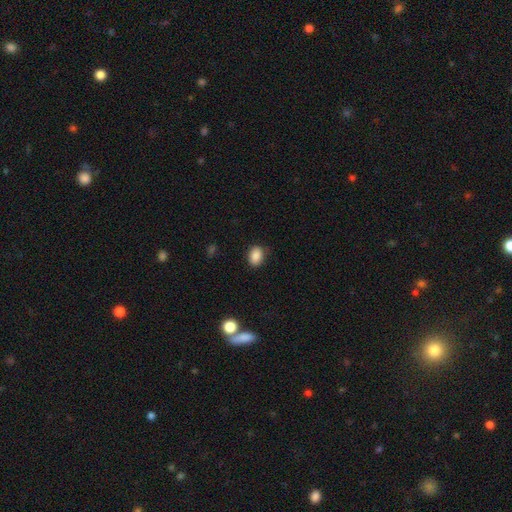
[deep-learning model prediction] A smooth galaxy with no disk features (87%) that is in between round and cigar-shaped (74%).

Vote fractions:
- Smooth or featured? smooth: 87% / star or artifact: 9% / featured or disk: 4%
- How rounded? in between: 74% / round: 25% / cigar-shaped: 1%
- Merging? none: 82% / minor disturbance: 14% / major disturbance: 3% / merger: 1%